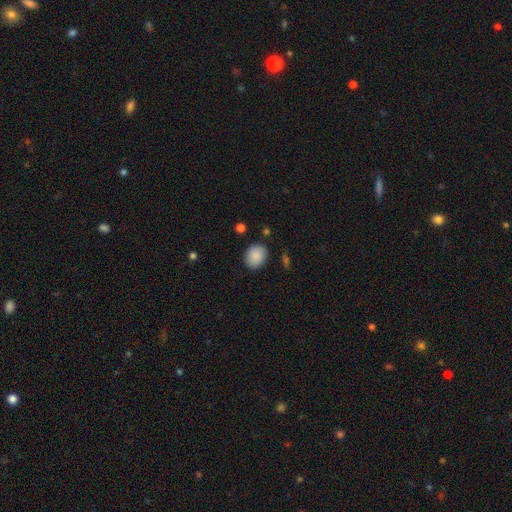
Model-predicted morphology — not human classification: Smooth or featured? Predicted: smooth (p=0.87). How rounded? Predicted: round (p=0.59). Merging? Predicted: none (p=0.83).